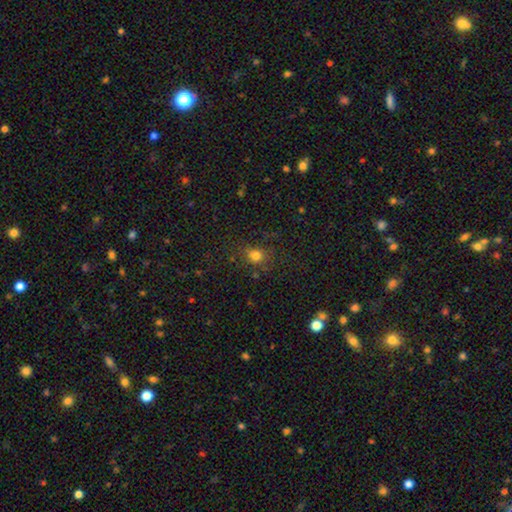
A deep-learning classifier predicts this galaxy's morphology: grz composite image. It shows a smooth galaxy with no disk features (75%) that is round (69%). Merging: none (72%).